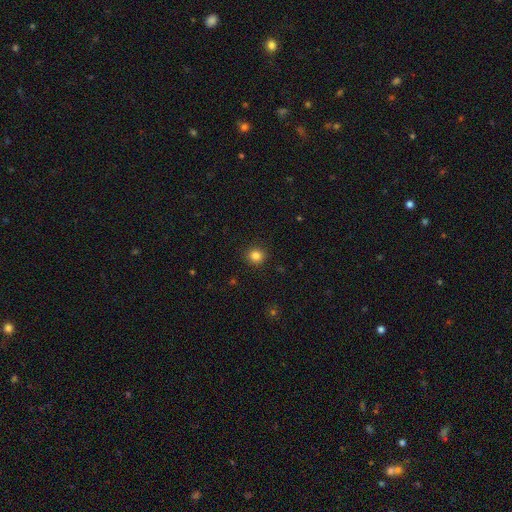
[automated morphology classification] A smooth galaxy with no disk features (84%) that is round (91%).

Vote fractions:
- Smooth or featured? smooth: 84% / star or artifact: 12% / featured or disk: 4%
- How rounded? round: 91% / in between: 8% / cigar-shaped: 1%
- Merging? none: 92% / minor disturbance: 5% / major disturbance: 2% / merger: 1%